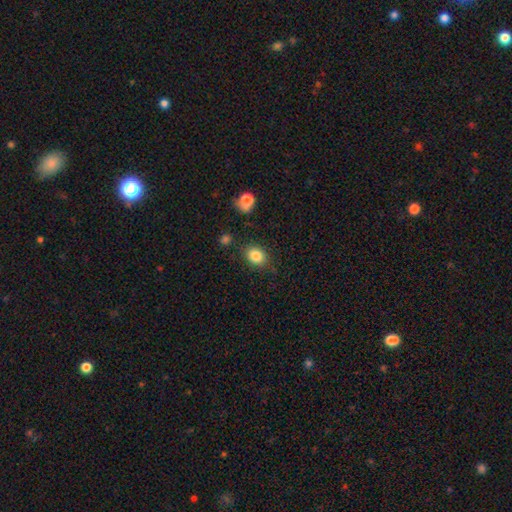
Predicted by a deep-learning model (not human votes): smooth 84%, star or artifact 9%, featured or disk 6%. Down the decision tree: how rounded — in between (57%); merging — none (83%).